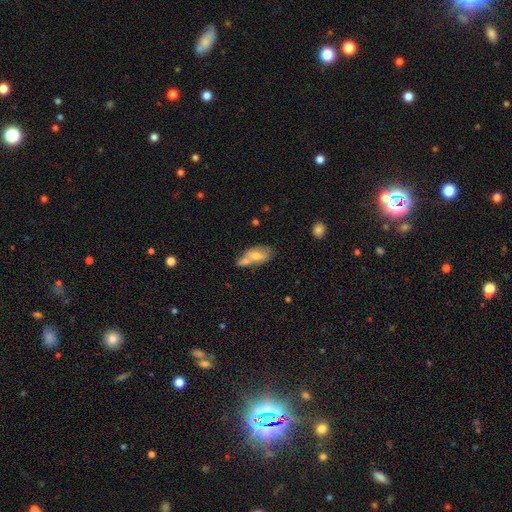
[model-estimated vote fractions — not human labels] smooth 58%, featured or disk 34%, star or artifact 7%. Down the decision tree: how rounded — in between (87%); merging — merger (43%).